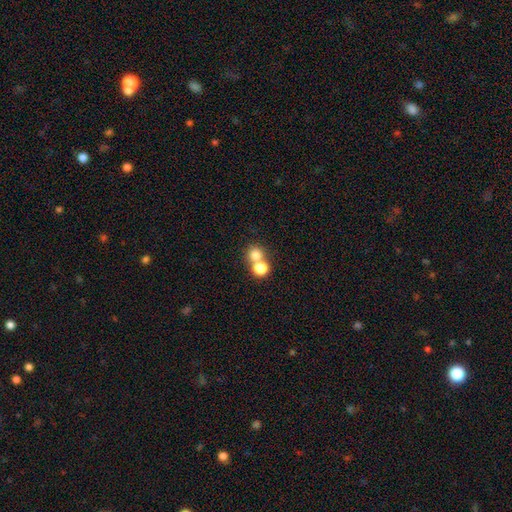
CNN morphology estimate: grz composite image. It shows a smooth galaxy with no disk features (77%) that is round (87%). Merging: merger (49%).